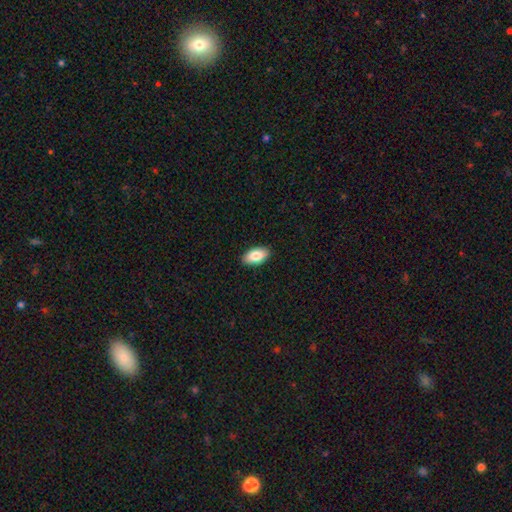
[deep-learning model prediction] This is clearly a smooth galaxy (84%). How rounded: clearly in between (94%). Merging: clearly none (90%).